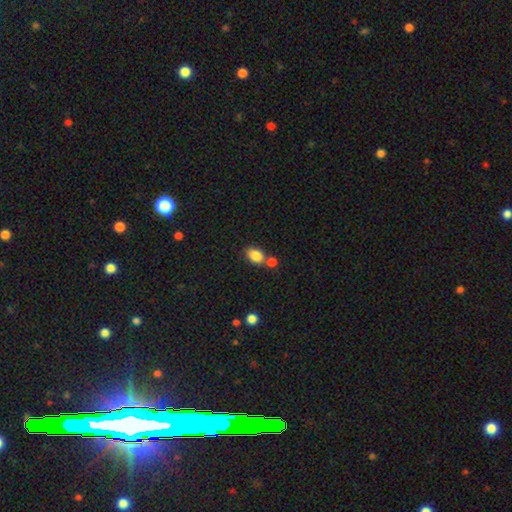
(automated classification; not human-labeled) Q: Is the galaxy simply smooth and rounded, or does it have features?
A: smooth — 85%.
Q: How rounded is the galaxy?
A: in between — 82%.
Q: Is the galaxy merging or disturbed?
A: none — 58%.